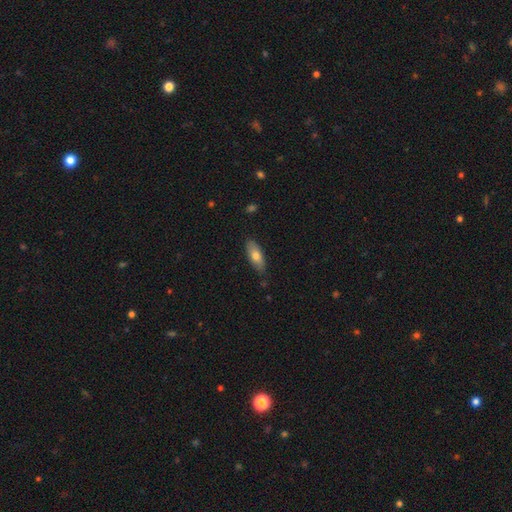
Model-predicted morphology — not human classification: smooth-or-featured: smooth: 72% | featured or disk: 22% | star or artifact: 6%
  how-rounded: in between: 73% | cigar-shaped: 24% | round: 2%
  merging: none: 84% | minor disturbance: 12% | major disturbance: 2% | merger: 1%